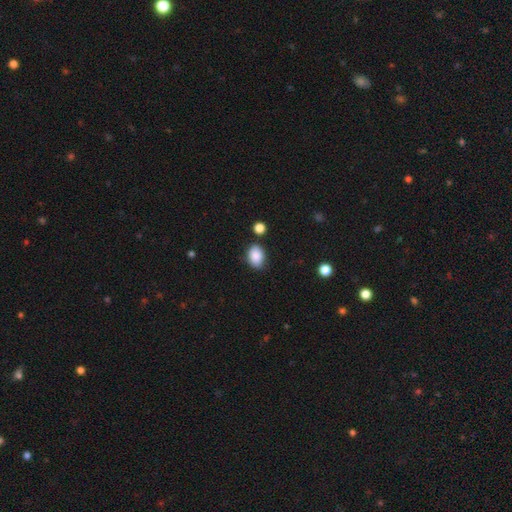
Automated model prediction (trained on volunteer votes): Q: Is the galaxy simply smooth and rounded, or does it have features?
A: smooth — 88%.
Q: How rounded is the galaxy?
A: in between — 81%.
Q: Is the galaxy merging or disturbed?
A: none — 78%.